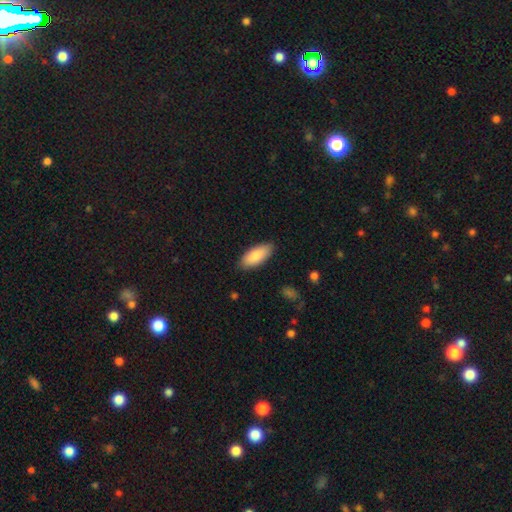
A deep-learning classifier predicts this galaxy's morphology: Smooth or featured: smooth — 85% (featured or disk — 9%)
How rounded: in between — 86% (cigar-shaped — 12%)
Merging: none — 86% (minor disturbance — 11%)